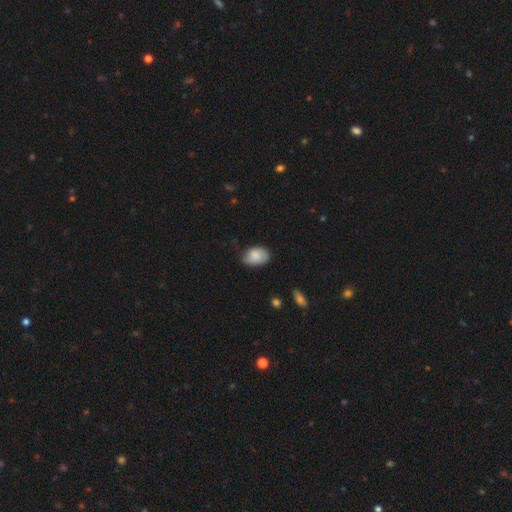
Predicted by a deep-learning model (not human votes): A smooth galaxy with no disk features (80%) that is in between round and cigar-shaped (86%).

Vote fractions:
- Smooth or featured? smooth: 80% / featured or disk: 13% / star or artifact: 7%
- How rounded? in between: 86% / round: 13% / cigar-shaped: 1%
- Merging? none: 66% / minor disturbance: 27% / major disturbance: 5% / merger: 1%